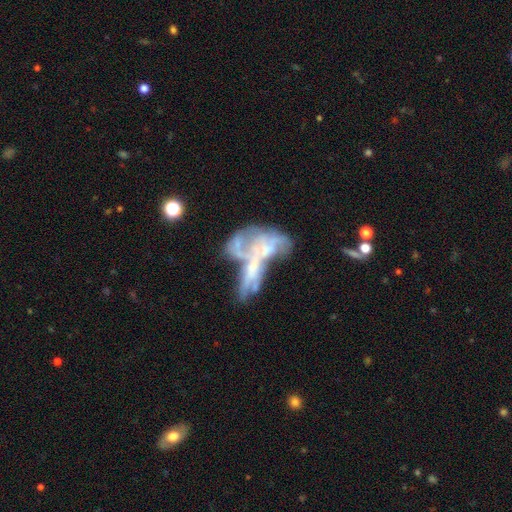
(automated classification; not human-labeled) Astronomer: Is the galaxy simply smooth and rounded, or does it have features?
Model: featured or disk — 63%.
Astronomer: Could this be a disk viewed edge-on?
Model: no — 90%.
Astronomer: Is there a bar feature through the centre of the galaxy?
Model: no — 80%.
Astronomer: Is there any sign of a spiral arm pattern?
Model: no — 69%.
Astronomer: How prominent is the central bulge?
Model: none — 45% (runner-up: small, 30%).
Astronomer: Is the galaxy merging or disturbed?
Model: merger — 65%.